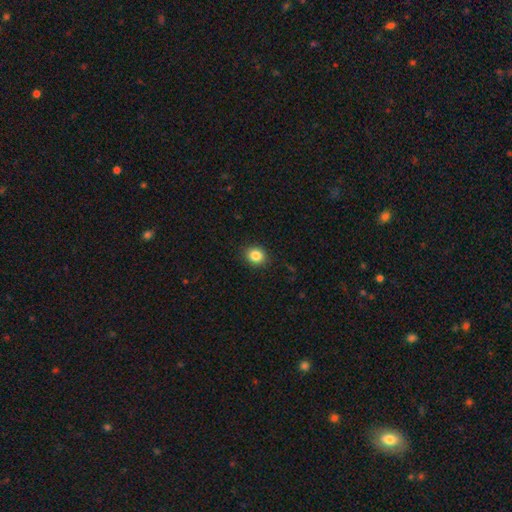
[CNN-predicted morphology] Smooth or featured? smooth (85%)
How rounded? round (77%)
Merging? none (90%)